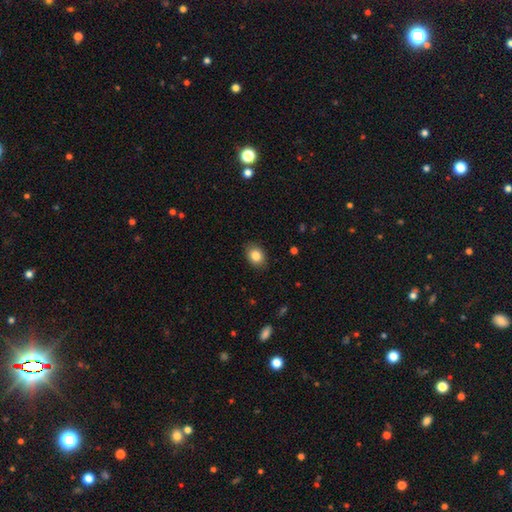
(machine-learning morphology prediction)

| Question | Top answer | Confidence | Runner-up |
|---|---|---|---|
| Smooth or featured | smooth | 85% | star or artifact (8%) |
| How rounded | in between | 69% | round (30%) |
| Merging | none | 86% | minor disturbance (11%) |